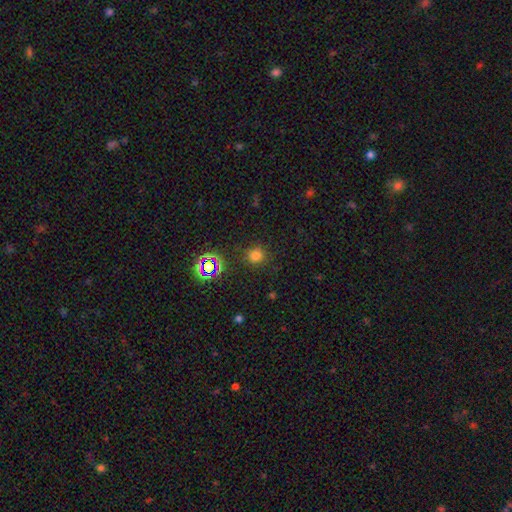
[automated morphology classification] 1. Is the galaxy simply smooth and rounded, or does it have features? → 71% smooth, 23% star or artifact, 6% featured or disk.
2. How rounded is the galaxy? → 88% round, 11% in between, 1% cigar-shaped.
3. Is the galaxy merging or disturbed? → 84% none, 10% minor disturbance, 4% major disturbance, 2% merger.